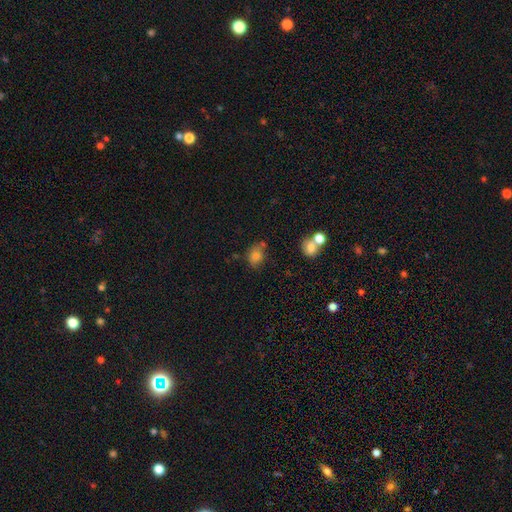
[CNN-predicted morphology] A smooth galaxy with no disk features (77%) that is in between round and cigar-shaped (62%).

Vote fractions:
- Smooth or featured? smooth: 77% / star or artifact: 13% / featured or disk: 10%
- How rounded? in between: 62% / round: 36% / cigar-shaped: 1%
- Merging? none: 58% / minor disturbance: 22% / merger: 13% / major disturbance: 7%